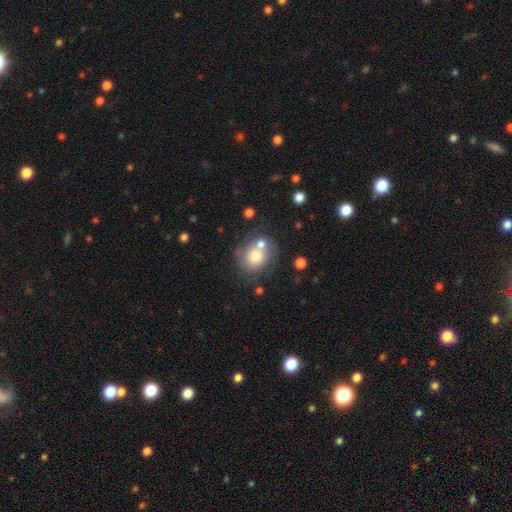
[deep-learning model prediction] Overall: smooth (70%). How rounded: round (71%). Merging: none (43%; merger 35%).